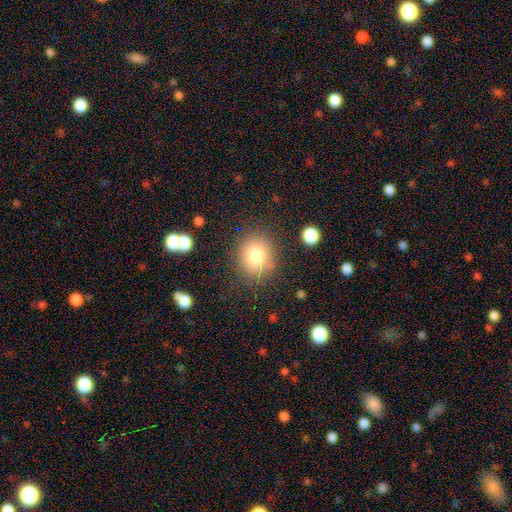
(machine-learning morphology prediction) Q: Smooth or featured?
A: smooth (79%); runner-up: star or artifact (12%)
Q: How rounded?
A: round (80%); runner-up: in between (19%)
Q: Merging?
A: none (83%); runner-up: minor disturbance (10%)